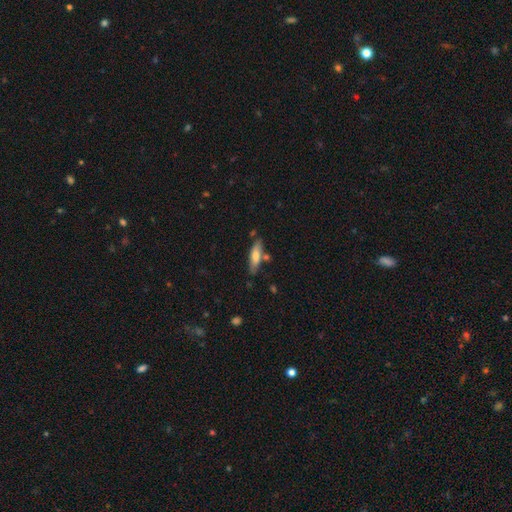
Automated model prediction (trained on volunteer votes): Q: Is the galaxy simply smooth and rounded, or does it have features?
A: smooth — 66%.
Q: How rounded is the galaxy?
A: cigar-shaped — 64%.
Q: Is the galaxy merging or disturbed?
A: none — 73%.